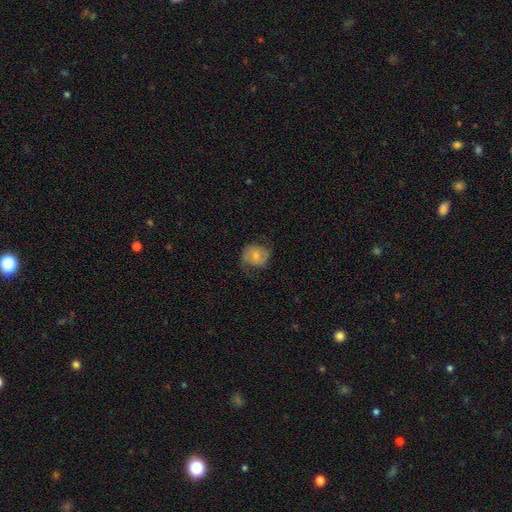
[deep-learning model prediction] Overall: featured or disk (50%; smooth 43%). Merging: none (66%).